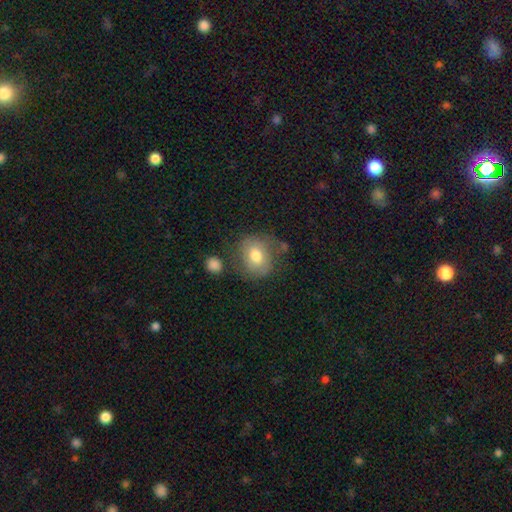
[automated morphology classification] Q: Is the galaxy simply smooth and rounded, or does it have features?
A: smooth — 70%.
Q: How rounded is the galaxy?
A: round — 67%.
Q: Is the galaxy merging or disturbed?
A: none — 66%.